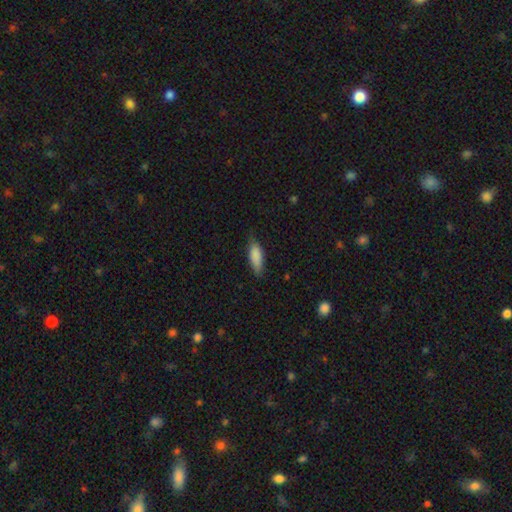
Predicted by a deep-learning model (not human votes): smooth 86%, featured or disk 8%, star or artifact 6%. Down the decision tree: how rounded — in between (69%); merging — none (70%).